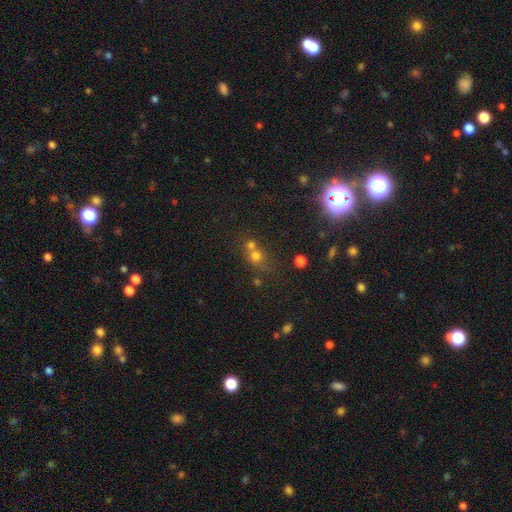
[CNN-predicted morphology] This appears to be a smooth galaxy with no disk features (67%) that is round (80%). Merging: merger (48%).